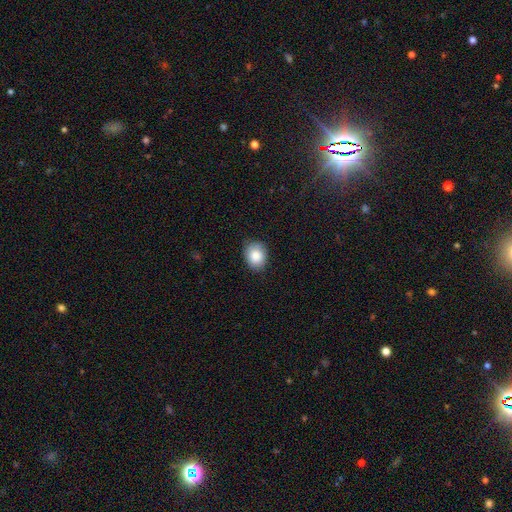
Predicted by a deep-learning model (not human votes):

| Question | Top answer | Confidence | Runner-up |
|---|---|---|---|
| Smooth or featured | smooth | 86% | star or artifact (8%) |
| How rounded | in between | 53% | round (46%) |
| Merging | none | 82% | minor disturbance (15%) |